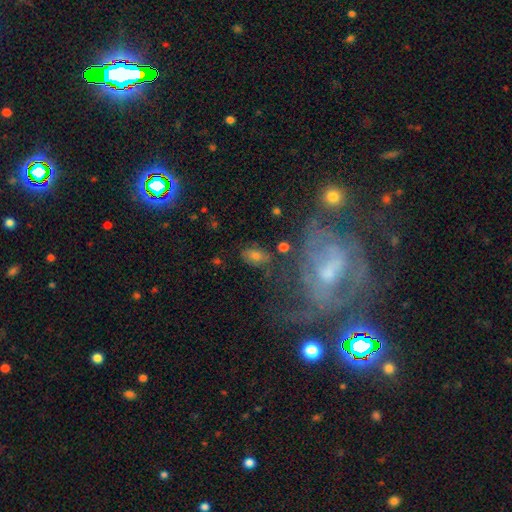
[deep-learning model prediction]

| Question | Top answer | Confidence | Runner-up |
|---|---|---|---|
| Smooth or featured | smooth | 51% | featured or disk (32%) |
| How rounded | in between | 82% | round (14%) |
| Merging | none | 66% | minor disturbance (18%) |